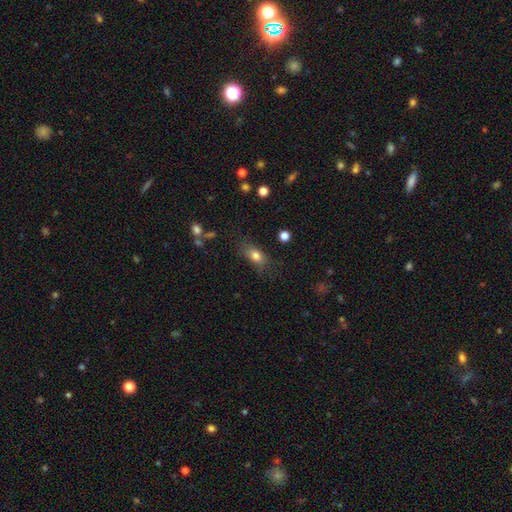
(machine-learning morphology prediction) Smooth or featured?
  - smooth: 78% *
  - featured or disk: 12%
  - star or artifact: 10%
How rounded?
  - in between: 79% *
  - round: 14%
  - cigar-shaped: 7%
Merging?
  - none: 70% *
  - minor disturbance: 20%
  - major disturbance: 7%
  - merger: 2%